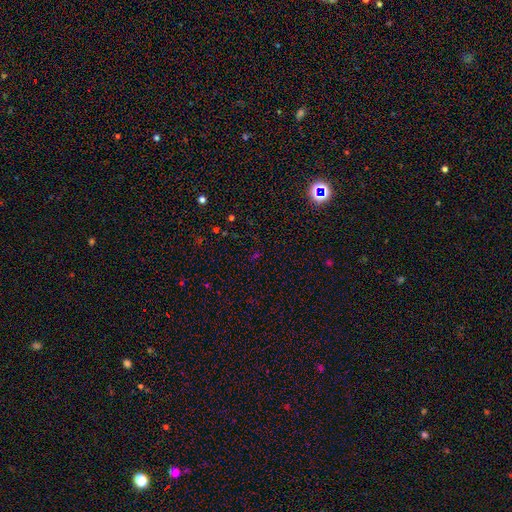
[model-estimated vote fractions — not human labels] smooth-or-featured: star or artifact: 64% | smooth: 28% | featured or disk: 8%